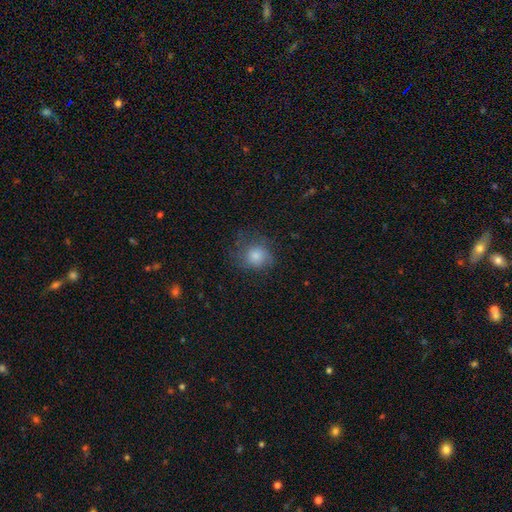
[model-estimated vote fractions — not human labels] Q: Smooth or featured?
A: smooth (65%); runner-up: featured or disk (22%)
Q: How rounded?
A: round (76%); runner-up: in between (23%)
Q: Merging?
A: none (61%); runner-up: minor disturbance (22%)